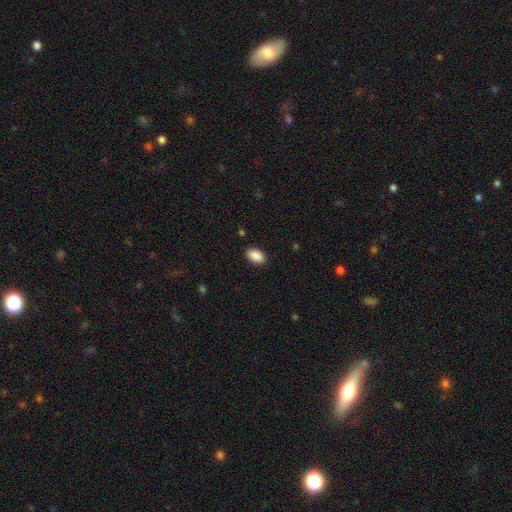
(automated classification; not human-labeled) Smooth or featured? Predicted: smooth (p=0.90). How rounded? Predicted: in between (p=0.92). Merging? Predicted: none (p=0.89).